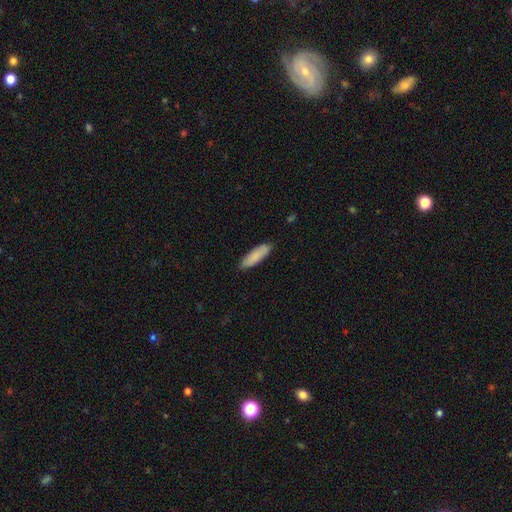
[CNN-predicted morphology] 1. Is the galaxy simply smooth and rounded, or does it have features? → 87% smooth, 8% featured or disk, 5% star or artifact.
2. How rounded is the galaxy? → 62% cigar-shaped, 37% in between, 1% round.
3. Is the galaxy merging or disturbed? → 88% none, 10% minor disturbance, 2% major disturbance, 1% merger.